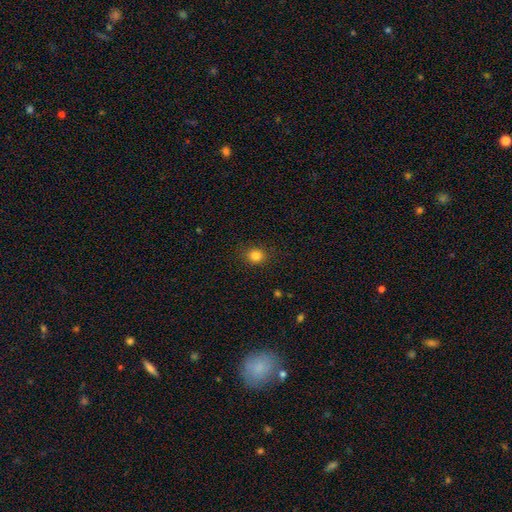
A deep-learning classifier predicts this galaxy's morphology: Smooth or featured? smooth (83%)
How rounded? round (80%)
Merging? none (88%)